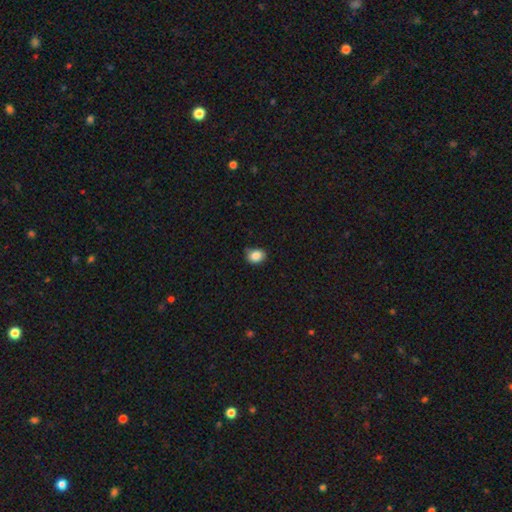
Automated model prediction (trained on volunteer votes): smooth 86%, star or artifact 10%, featured or disk 5%. Down the decision tree: how rounded — round (50%); merging — none (74%).